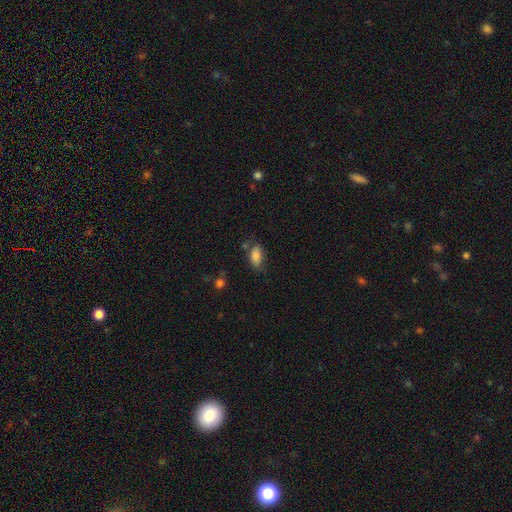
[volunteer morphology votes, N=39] This is clearly a smooth galaxy (87%). How rounded: clearly in between (97%). Merging: possibly none (58%).